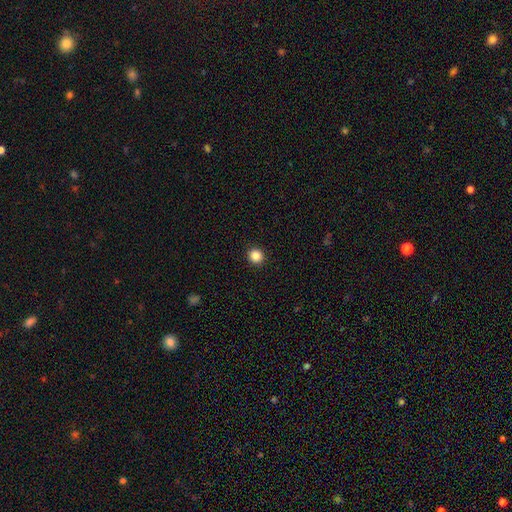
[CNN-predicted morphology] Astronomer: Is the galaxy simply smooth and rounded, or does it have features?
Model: smooth — 86%.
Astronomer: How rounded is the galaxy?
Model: round — 92%.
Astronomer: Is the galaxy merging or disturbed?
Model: none — 93%.